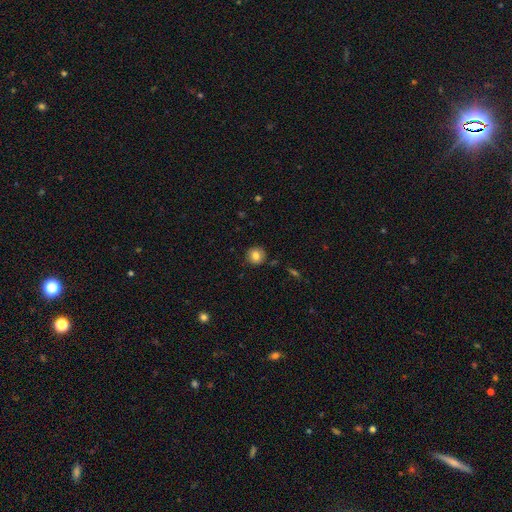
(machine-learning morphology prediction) smooth 82%, star or artifact 10%, featured or disk 9%. Down the decision tree: how rounded — round (93%); merging — none (88%).